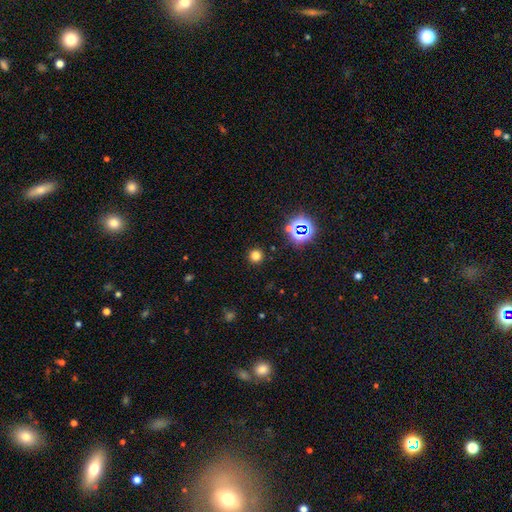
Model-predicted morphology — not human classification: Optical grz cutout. It shows a smooth galaxy with no disk features (73%) that is round (95%). Merging: none (91%).